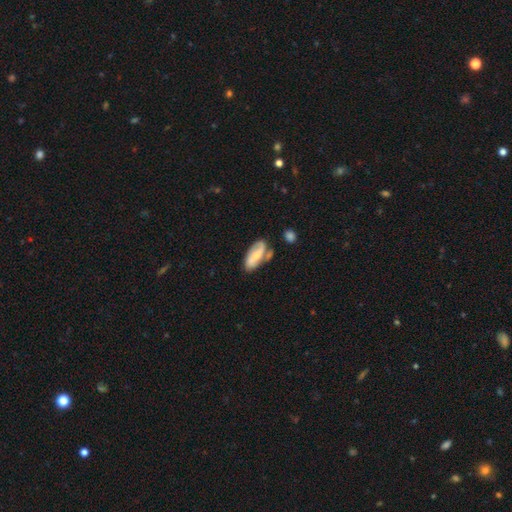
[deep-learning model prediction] The model was most divided on "smooth or featured": smooth: 49%, featured or disk: 45%, star or artifact: 7%. More confident: merging — none (51%).